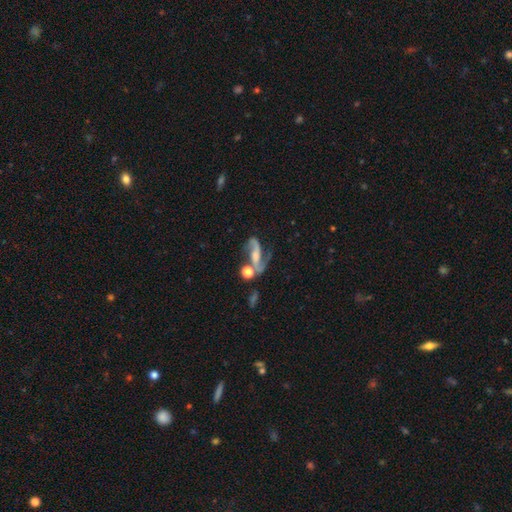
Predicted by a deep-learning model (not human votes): Smooth or featured?
  - featured or disk: 81% *
  - smooth: 11%
  - star or artifact: 8%
Edge-on disk?
  - no: 94% *
  - yes: 6%
Bar?
  - no: 38% *
  - weak: 35%
  - strong: 27%
Spiral arms?
  - yes: 95% *
  - no: 5%
Spiral winding?
  - loose: 56% *
  - medium: 35%
  - tight: 9%
Spiral arm count?
  - 2: 88% *
  - 1: 6%
  - can't tell: 3%
  - 3: 1%
  - 4: 1%
  - more than 4: 1%
Bulge size?
  - moderate: 35% *
  - small: 34%
  - none: 19%
  - large: 9%
  - dominant: 2%
Merging?
  - none: 46% *
  - merger: 22%
  - minor disturbance: 17%
  - major disturbance: 15%